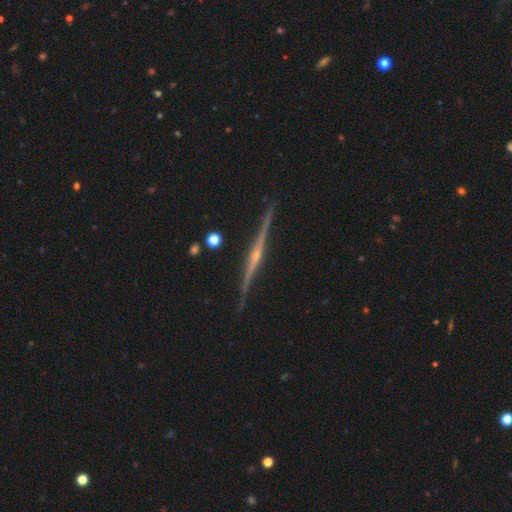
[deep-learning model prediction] featured or disk 85%, smooth 8%, star or artifact 6%. Down the decision tree: edge-on disk — yes (98%); edge-on bulge — rounded (79%); merging — none (88%).